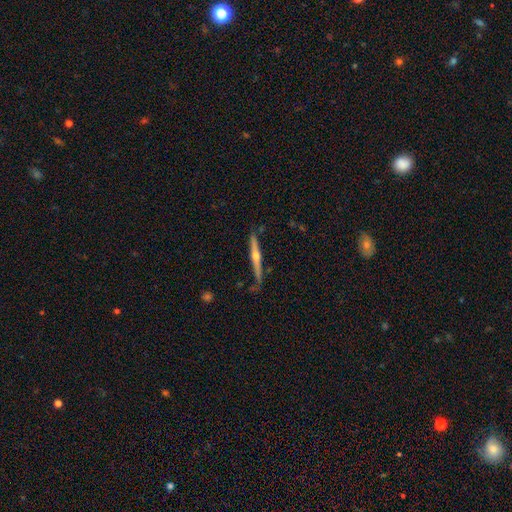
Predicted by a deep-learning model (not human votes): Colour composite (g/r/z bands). It shows a featured or disk galaxy (75%) viewed edge-on (97%) with a rounded central bulge (91%). Merging: none (76%).